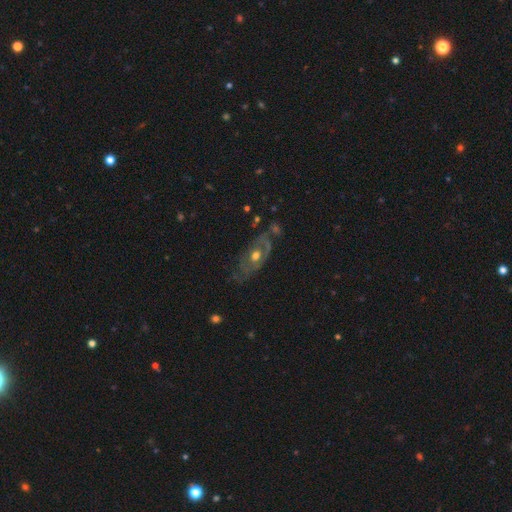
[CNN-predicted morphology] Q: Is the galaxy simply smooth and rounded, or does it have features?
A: featured or disk — 67%.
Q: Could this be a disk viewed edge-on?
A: no — 88%.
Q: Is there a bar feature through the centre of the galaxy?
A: no — 85%.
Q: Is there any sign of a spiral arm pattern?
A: no — 52%.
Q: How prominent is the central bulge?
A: moderate — 74%.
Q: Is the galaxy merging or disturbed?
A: none — 51%.